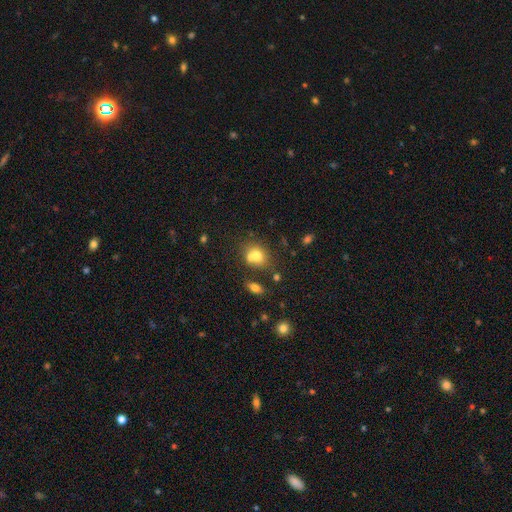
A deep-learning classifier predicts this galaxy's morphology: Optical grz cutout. It shows a smooth galaxy with no disk features (71%) that is round (60%). Merging: merger (44%).